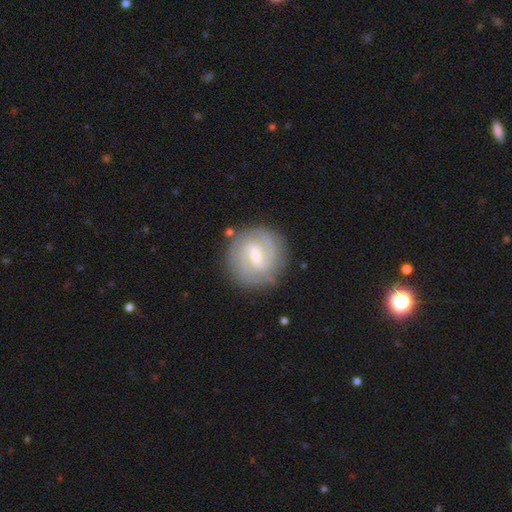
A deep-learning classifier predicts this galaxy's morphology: The model was most divided on "spiral winding": tight: 53%, medium: 37%, loose: 10%. Remaining: edge-on disk — no (97%); spiral arms — yes (95%); merging — none (83%); smooth or featured — featured or disk (81%); bulge size — small (59%); bar — weak (59%); spiral arm count — 2 (49%).